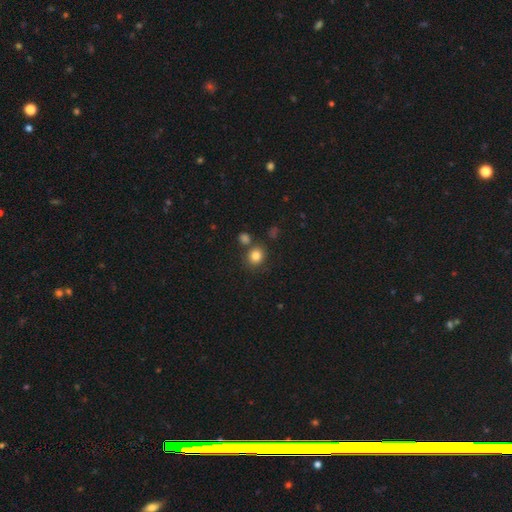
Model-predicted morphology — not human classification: smooth_or_featured: smooth (p=0.83) [alt: star or artifact p=0.11]
how_rounded: round (p=0.79) [alt: in between p=0.20]
merging: none (p=0.74) [alt: merger p=0.13]